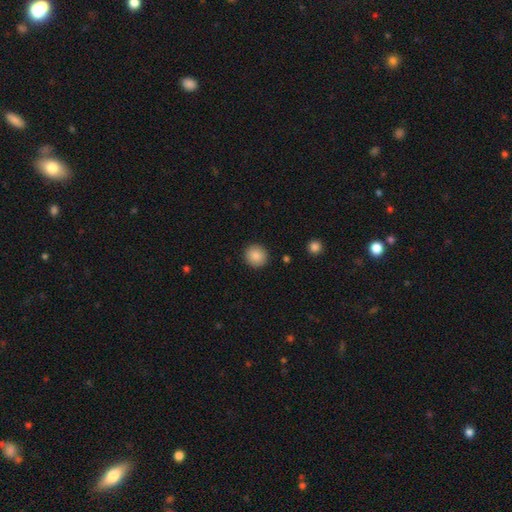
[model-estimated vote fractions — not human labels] This appears to be a smooth galaxy with no disk features (87%) that is round (91%). Merging: none (91%).